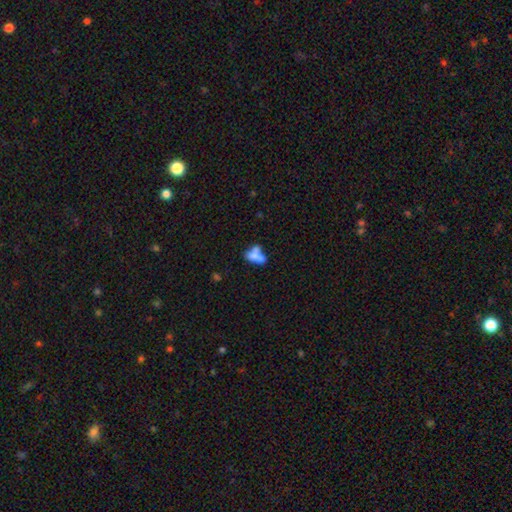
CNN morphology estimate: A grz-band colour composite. It shows a smooth galaxy with no disk features (61%) that is in between round and cigar-shaped (75%). Merging: merger (58%).